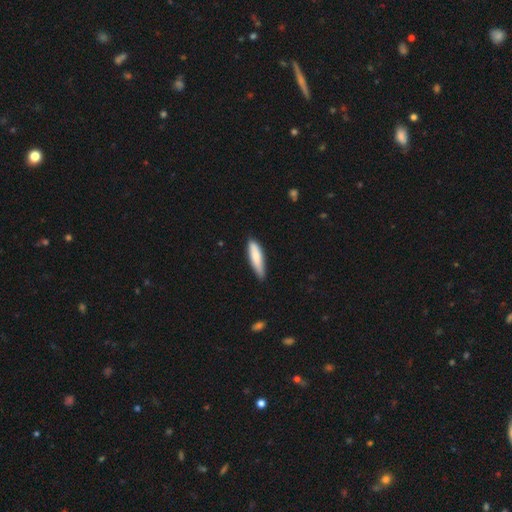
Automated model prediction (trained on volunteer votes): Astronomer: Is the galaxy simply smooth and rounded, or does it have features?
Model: smooth — 79%.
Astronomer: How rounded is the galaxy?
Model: cigar-shaped — 74%.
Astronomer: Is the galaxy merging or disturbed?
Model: none — 77%.